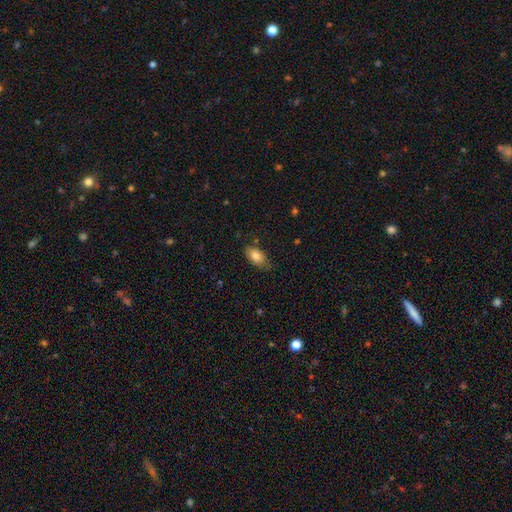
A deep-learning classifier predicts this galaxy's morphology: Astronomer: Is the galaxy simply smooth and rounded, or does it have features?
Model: smooth — 82%.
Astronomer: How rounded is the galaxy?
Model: in between — 91%.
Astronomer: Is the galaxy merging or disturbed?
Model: none — 72%.